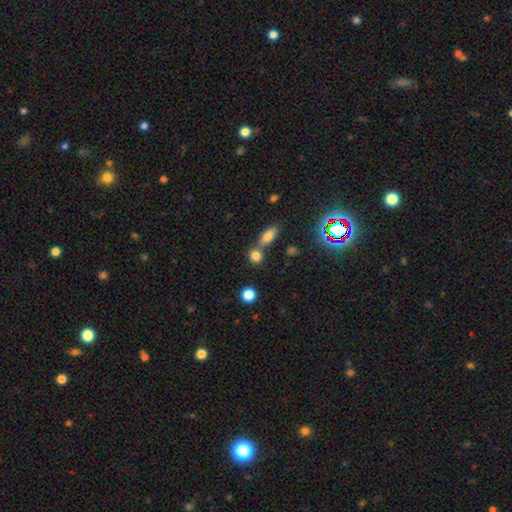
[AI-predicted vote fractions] This appears to be a smooth galaxy with no disk features (79%) that is round (69%). Merging: none (57%).